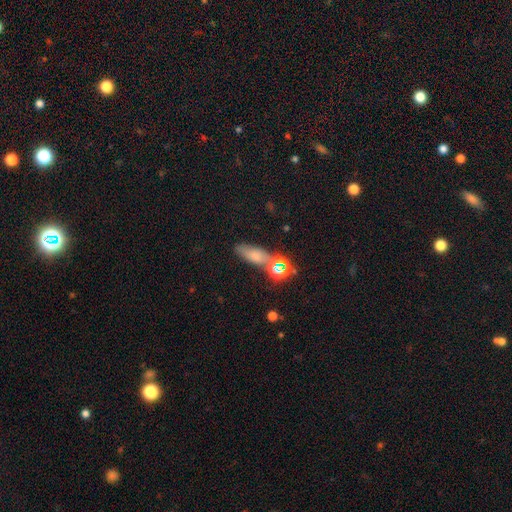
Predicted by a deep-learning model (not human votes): smooth-or-featured: smooth: 67% | star or artifact: 19% | featured or disk: 14%
  how-rounded: in between: 60% | cigar-shaped: 27% | round: 12%
  merging: none: 59% | merger: 18% | minor disturbance: 16% | major disturbance: 7%